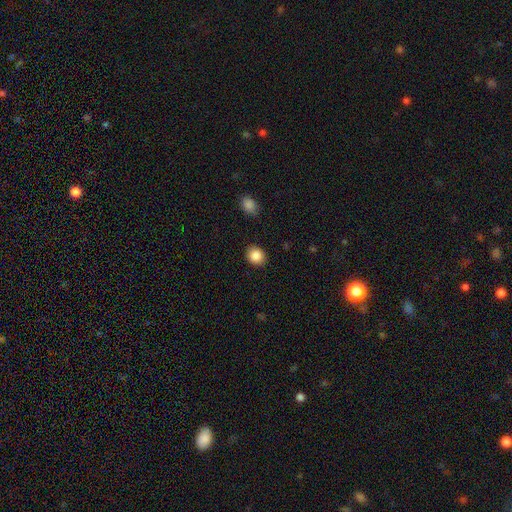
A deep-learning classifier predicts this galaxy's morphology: This is clearly a smooth galaxy (87%). How rounded: likely round (66%). Merging: clearly none (88%).